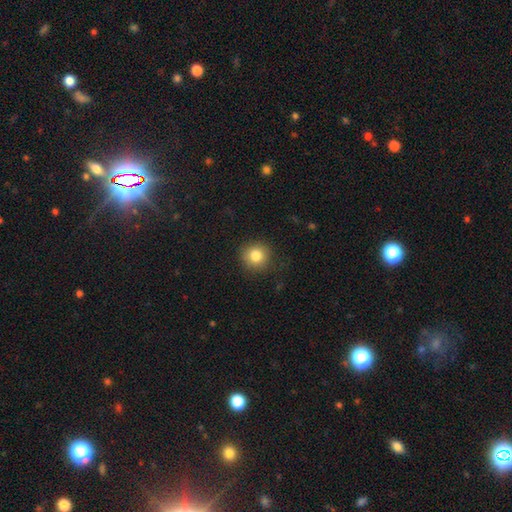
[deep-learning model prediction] This appears to be a smooth galaxy with no disk features (82%) that is round (92%). Merging: none (87%).